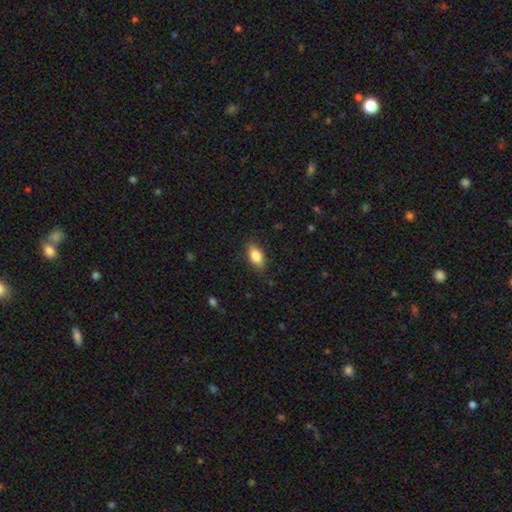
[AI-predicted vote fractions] smooth 83%, featured or disk 9%, star or artifact 7%. Down the decision tree: how rounded — in between (88%); merging — none (85%).